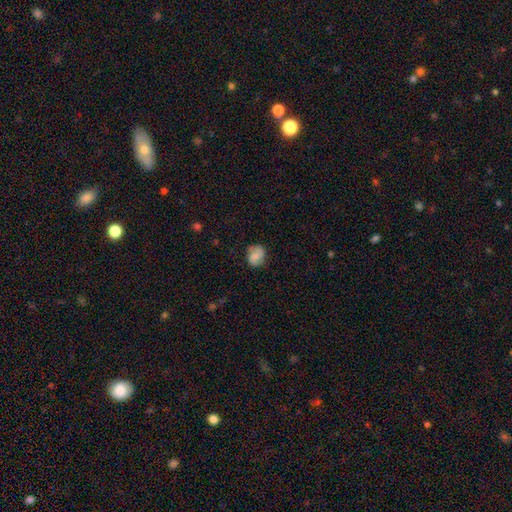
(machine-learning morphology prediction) A smooth galaxy with no disk features (58%) that is round (64%). Merging: none (76%).